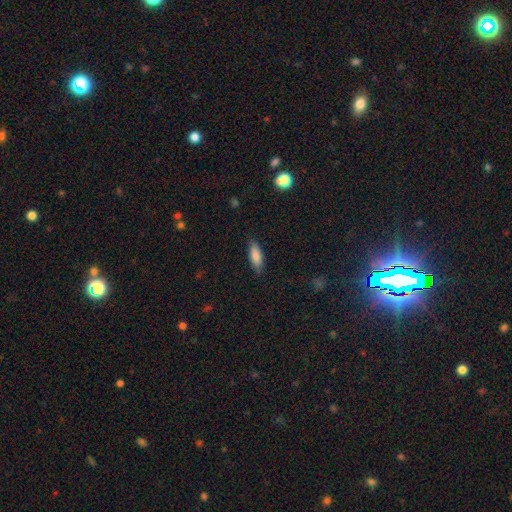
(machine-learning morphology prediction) smooth_or_featured: smooth (p=0.86) [alt: featured or disk p=0.08]
how_rounded: in between (p=0.71) [alt: cigar-shaped p=0.27]
merging: none (p=0.82) [alt: minor disturbance p=0.14]